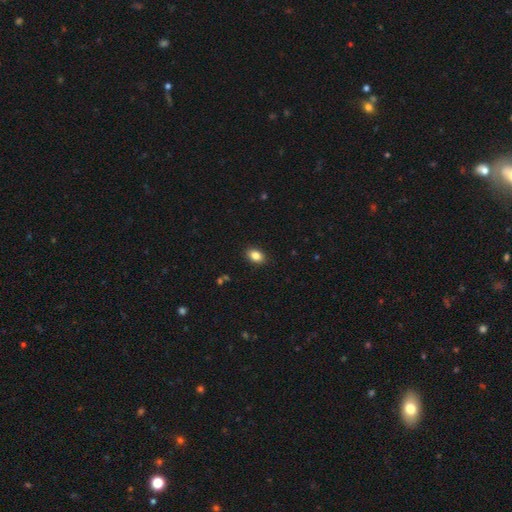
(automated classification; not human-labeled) Q: Smooth or featured?
A: smooth (85%); runner-up: star or artifact (9%)
Q: How rounded?
A: in between (82%); runner-up: round (16%)
Q: Merging?
A: none (89%); runner-up: minor disturbance (8%)